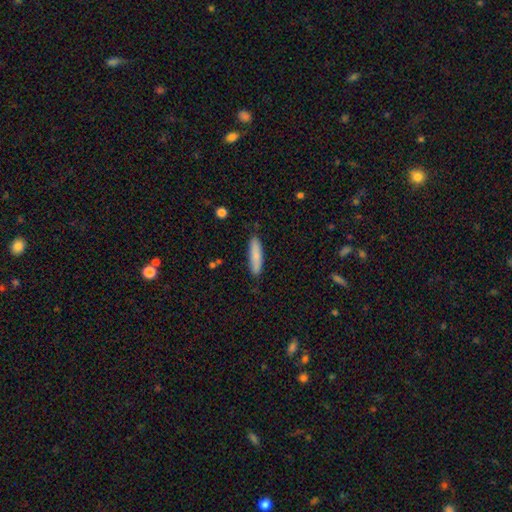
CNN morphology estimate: Q: Smooth or featured?
A: smooth (81%); runner-up: featured or disk (13%)
Q: How rounded?
A: cigar-shaped (78%); runner-up: in between (21%)
Q: Merging?
A: none (86%); runner-up: minor disturbance (11%)